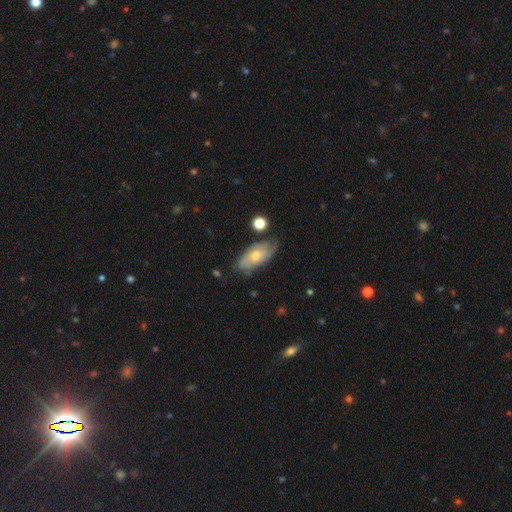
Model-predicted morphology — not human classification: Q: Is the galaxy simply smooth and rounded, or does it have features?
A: smooth — 51%.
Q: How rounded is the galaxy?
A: in between — 88%.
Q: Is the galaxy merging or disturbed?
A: none — 61%.